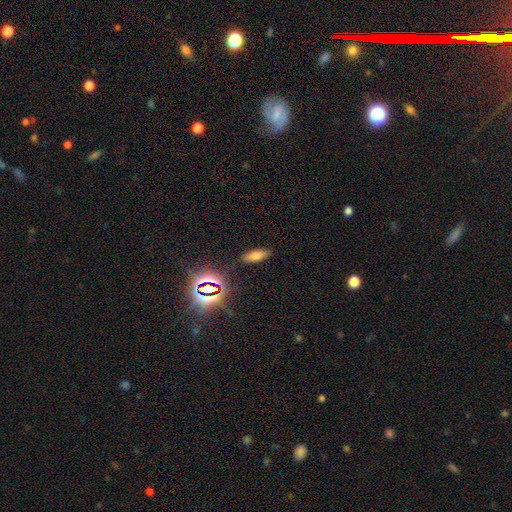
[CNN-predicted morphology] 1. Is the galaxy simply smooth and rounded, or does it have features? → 61% smooth, 24% star or artifact, 14% featured or disk.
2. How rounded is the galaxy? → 63% in between, 33% cigar-shaped, 4% round.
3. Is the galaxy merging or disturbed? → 87% none, 9% minor disturbance, 3% major disturbance, 2% merger.